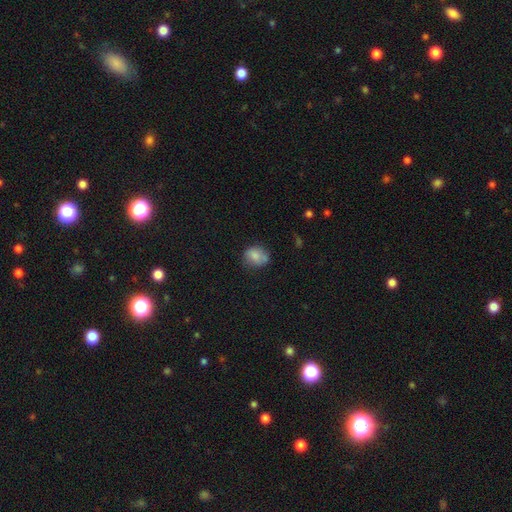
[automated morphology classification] A smooth galaxy with no disk features (79%) that is round (58%).

Vote fractions:
- Smooth or featured? smooth: 79% / featured or disk: 12% / star or artifact: 9%
- How rounded? round: 58% / in between: 41% / cigar-shaped: 1%
- Merging? none: 58% / minor disturbance: 27% / major disturbance: 8% / merger: 7%